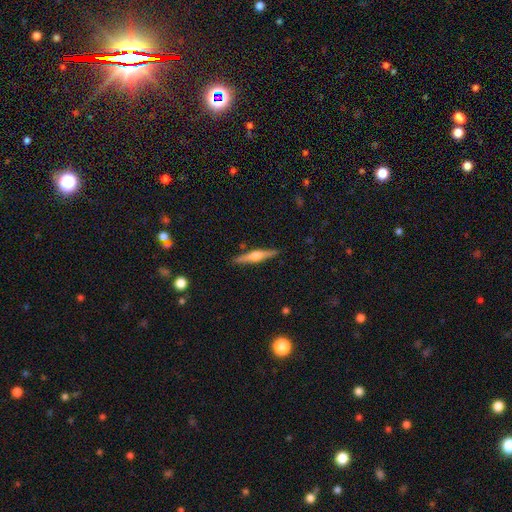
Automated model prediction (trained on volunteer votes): The model was most divided on "smooth or featured": featured or disk: 66%, smooth: 28%, star or artifact: 6%. More confident: edge-on disk — yes (98%); edge-on bulge — rounded (90%); merging — none (90%).